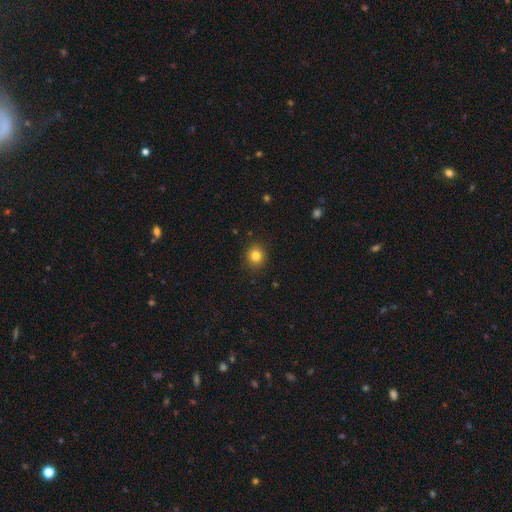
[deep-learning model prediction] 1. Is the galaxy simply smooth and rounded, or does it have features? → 82% smooth, 12% star or artifact, 6% featured or disk.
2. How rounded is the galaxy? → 87% round, 12% in between, 1% cigar-shaped.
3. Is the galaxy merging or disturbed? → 91% none, 6% minor disturbance, 2% major disturbance, 1% merger.